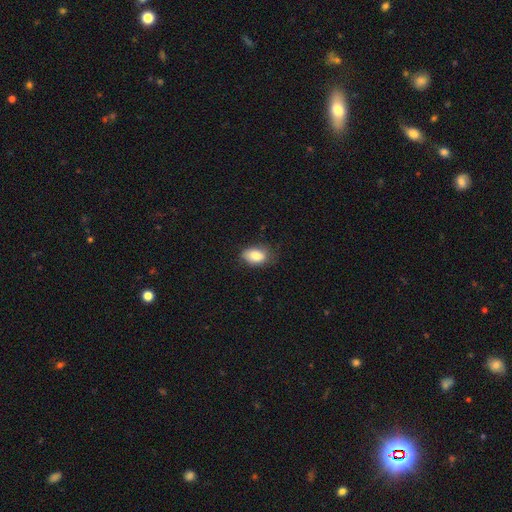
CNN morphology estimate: A smooth galaxy with no disk features (82%) that is in between round and cigar-shaped (87%).

Vote fractions:
- Smooth or featured? smooth: 82% / featured or disk: 10% / star or artifact: 8%
- How rounded? in between: 87% / round: 11% / cigar-shaped: 2%
- Merging? none: 67% / minor disturbance: 26% / major disturbance: 6% / merger: 1%